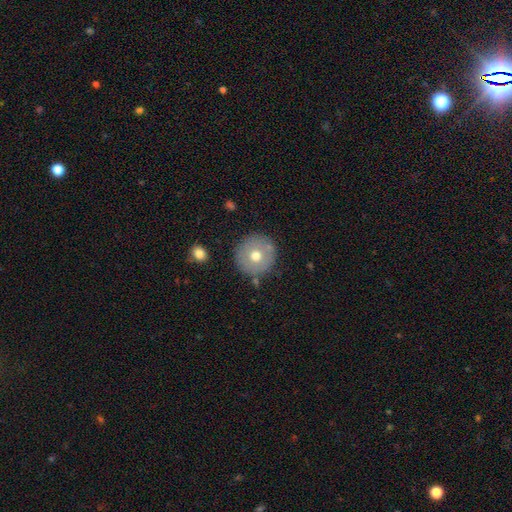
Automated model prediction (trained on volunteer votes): smooth 65%, featured or disk 26%, star or artifact 9%. Down the decision tree: how rounded — round (95%); merging — none (85%).